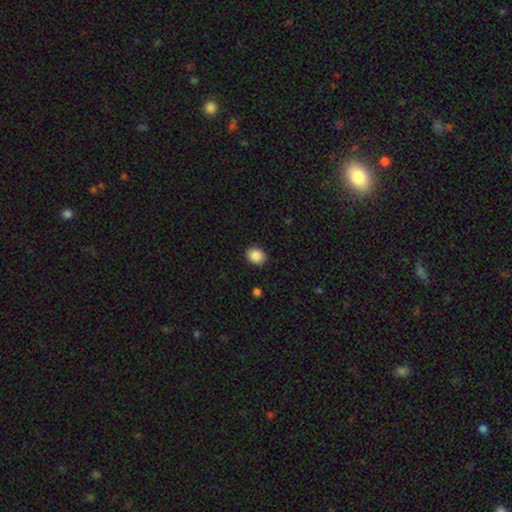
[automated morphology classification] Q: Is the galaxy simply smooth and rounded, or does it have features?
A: smooth — 88%.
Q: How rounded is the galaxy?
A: in between — 51%.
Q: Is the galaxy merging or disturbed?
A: none — 90%.